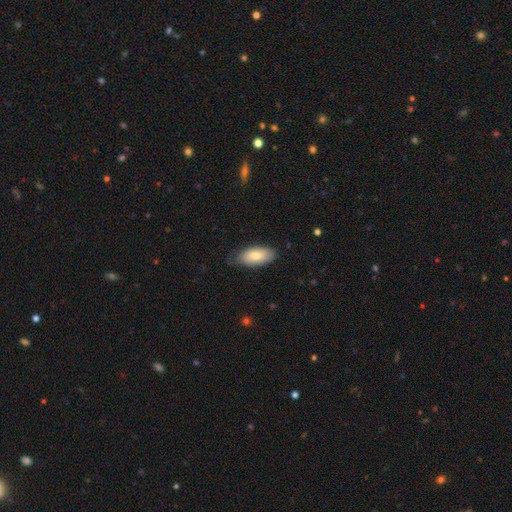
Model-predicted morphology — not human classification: Overall: smooth (79%). How rounded: in between (90%). Merging: none (73%).